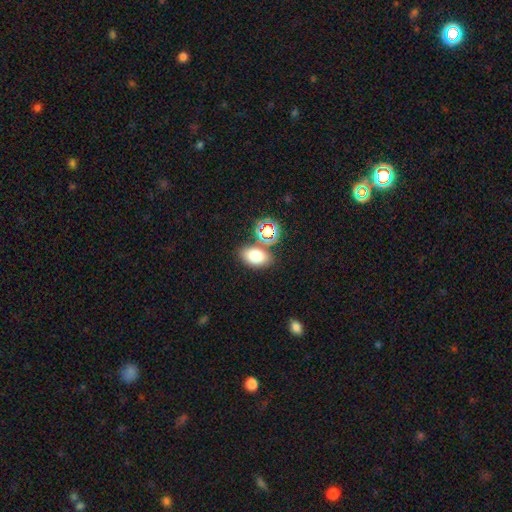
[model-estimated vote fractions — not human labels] smooth 77%, star or artifact 14%, featured or disk 9%. Down the decision tree: how rounded — in between (85%); merging — none (71%).